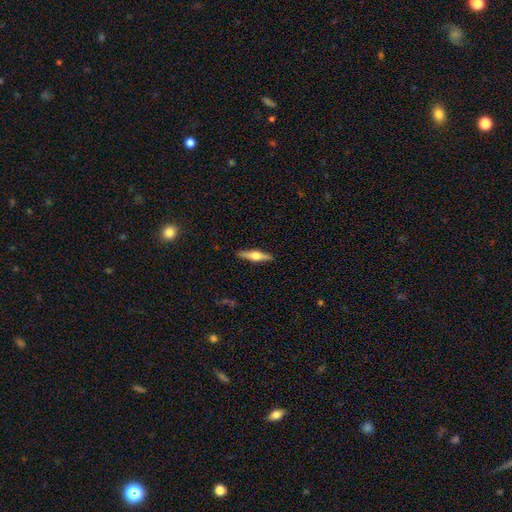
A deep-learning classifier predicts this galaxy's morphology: Smooth or featured? Predicted: featured or disk (p=0.62). Edge-on disk? Predicted: yes (p=0.97). Edge-on bulge? Predicted: rounded (p=0.93). Merging? Predicted: none (p=0.90).